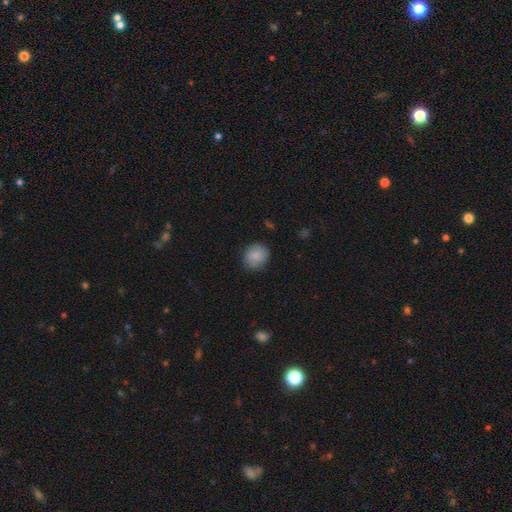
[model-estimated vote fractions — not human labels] smooth 86%, star or artifact 7%, featured or disk 7%. Down the decision tree: how rounded — round (81%); merging — none (82%).